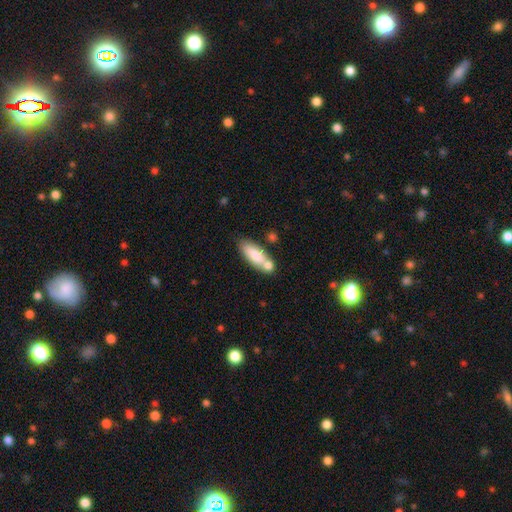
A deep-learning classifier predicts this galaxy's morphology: Overall: smooth (75%). How rounded: in between (64%; cigar-shaped 34%). Merging: none (54%; merger 28%).